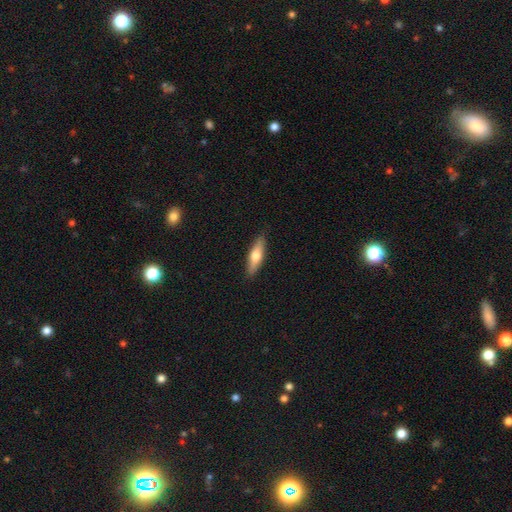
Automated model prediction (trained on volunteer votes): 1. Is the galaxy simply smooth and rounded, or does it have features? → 59% smooth, 36% featured or disk, 6% star or artifact.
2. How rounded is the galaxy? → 63% cigar-shaped, 35% in between, 2% round.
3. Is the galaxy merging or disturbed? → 89% none, 8% minor disturbance, 2% major disturbance, 1% merger.